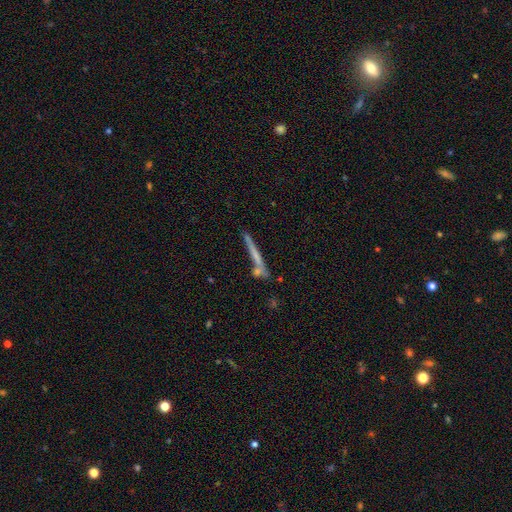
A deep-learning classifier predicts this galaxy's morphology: smooth_or_featured: smooth (p=0.47) [alt: featured or disk p=0.44]
merging: none (p=0.66) [alt: merger p=0.15]